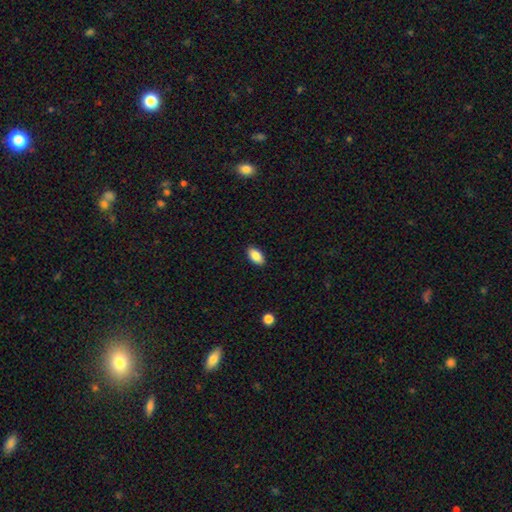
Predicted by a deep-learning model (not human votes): smooth_or_featured: smooth (p=0.87) [alt: star or artifact p=0.07]
how_rounded: in between (p=0.93) [alt: round p=0.04]
merging: none (p=0.90) [alt: minor disturbance p=0.07]